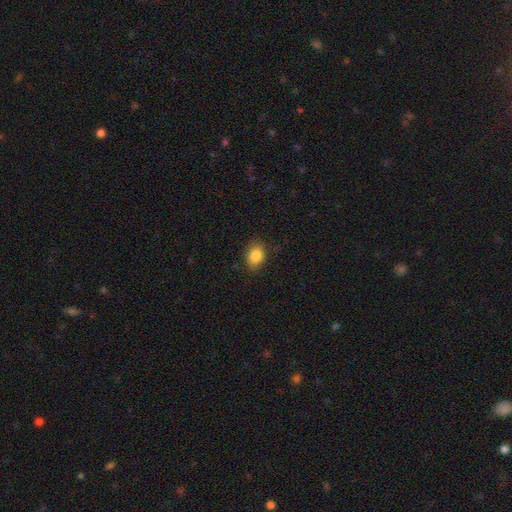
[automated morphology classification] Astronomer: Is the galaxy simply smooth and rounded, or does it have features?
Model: smooth — 86%.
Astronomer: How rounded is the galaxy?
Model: in between — 63%.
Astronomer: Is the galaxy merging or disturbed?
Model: none — 82%.